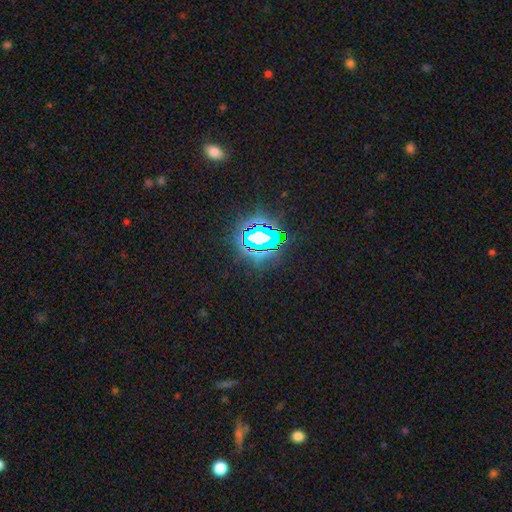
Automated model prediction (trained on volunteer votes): Overall: star or artifact (82%).